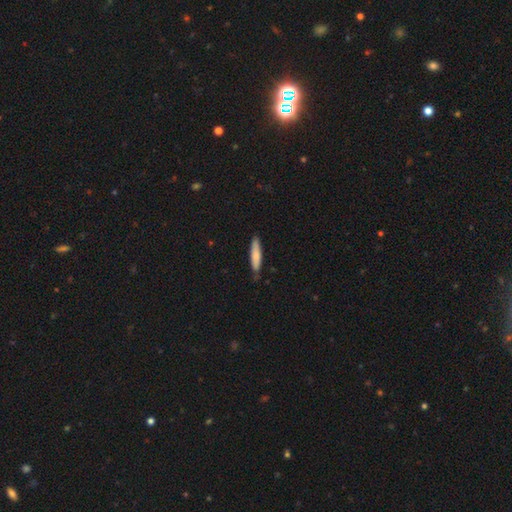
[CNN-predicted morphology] Smooth or featured? smooth (79%)
How rounded? cigar-shaped (83%)
Merging? none (78%)